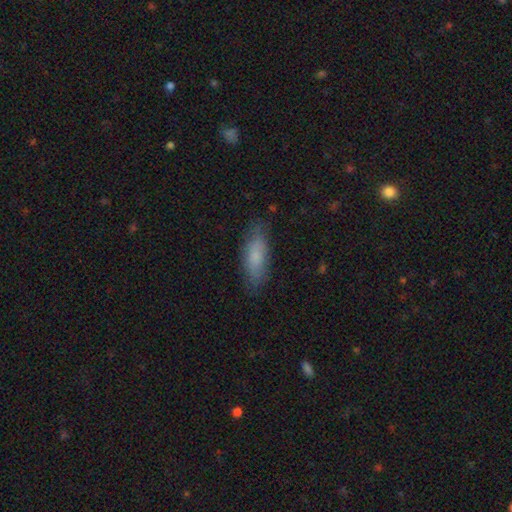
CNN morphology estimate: Smooth or featured?
  - smooth: 78% *
  - featured or disk: 16%
  - star or artifact: 6%
How rounded?
  - in between: 61% *
  - cigar-shaped: 37%
  - round: 2%
Merging?
  - none: 78% *
  - minor disturbance: 17%
  - major disturbance: 4%
  - merger: 1%